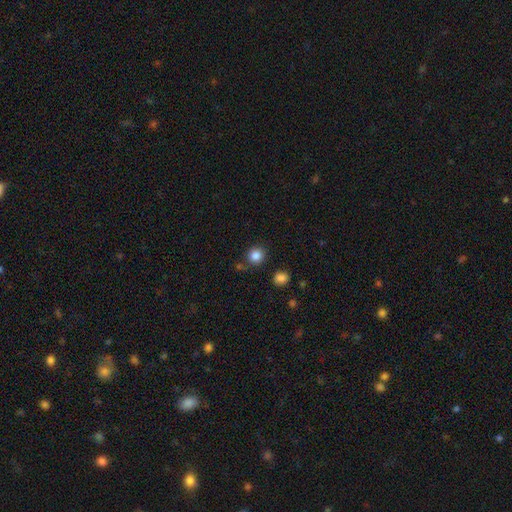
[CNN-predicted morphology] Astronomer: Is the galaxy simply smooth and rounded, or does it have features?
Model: smooth — 85%.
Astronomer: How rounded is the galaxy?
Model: round — 85%.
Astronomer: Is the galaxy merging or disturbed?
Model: none — 81%.